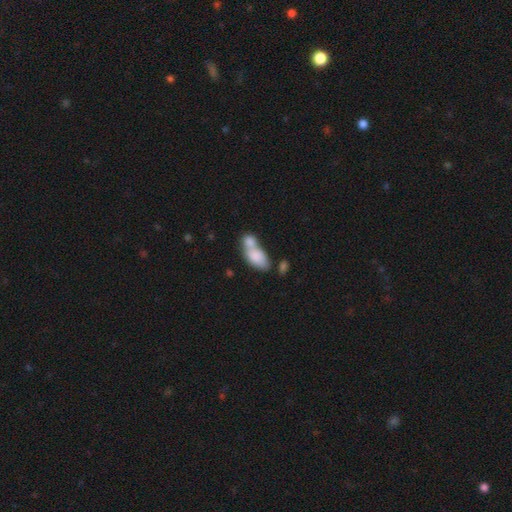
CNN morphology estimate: The model was most divided on "merging": merger: 65%, none: 21%, minor disturbance: 9%, major disturbance: 5%. More confident: how rounded — in between (87%); smooth or featured — smooth (80%).